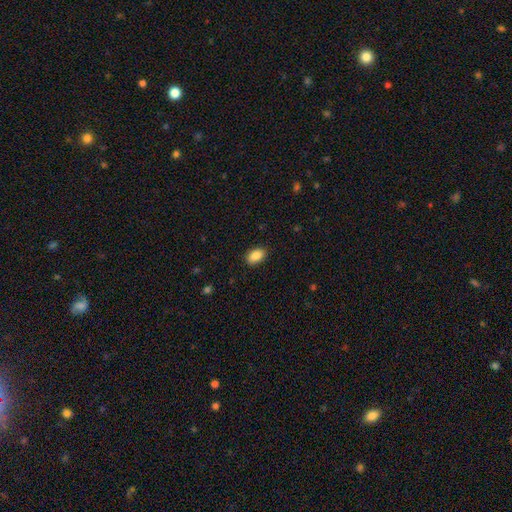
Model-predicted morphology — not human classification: A smooth galaxy with no disk features (89%) that is in between round and cigar-shaped (90%). Merging: none (88%).